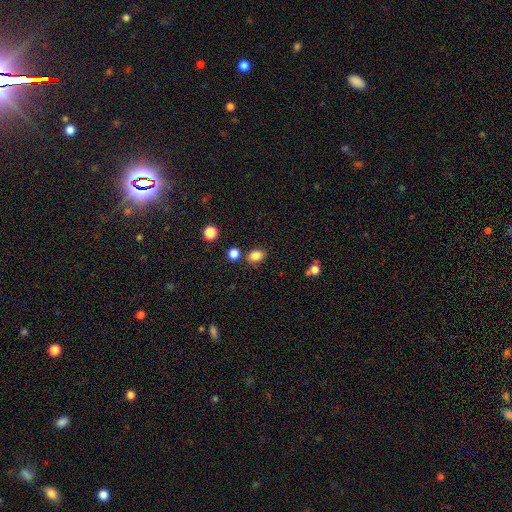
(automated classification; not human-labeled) Q: Smooth or featured?
A: smooth (84%); runner-up: star or artifact (11%)
Q: How rounded?
A: in between (73%); runner-up: round (25%)
Q: Merging?
A: none (78%); runner-up: minor disturbance (11%)